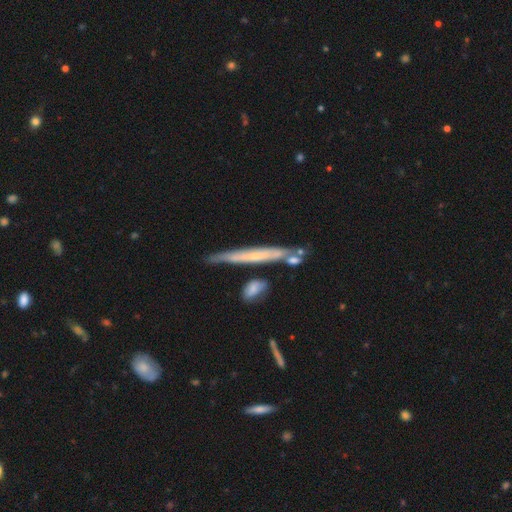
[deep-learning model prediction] Q: Smooth or featured?
A: featured or disk (59%); runner-up: smooth (35%)
Q: Edge-on disk?
A: yes (88%); runner-up: no (12%)
Q: Edge-on bulge?
A: none (70%); runner-up: rounded (24%)
Q: Merging?
A: none (71%); runner-up: minor disturbance (17%)